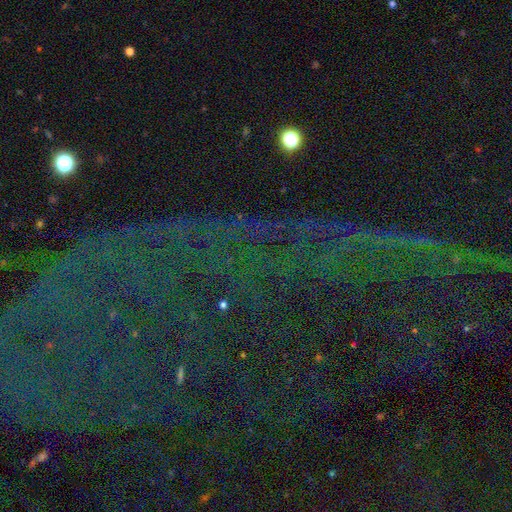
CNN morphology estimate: type=star or artifact (86%).